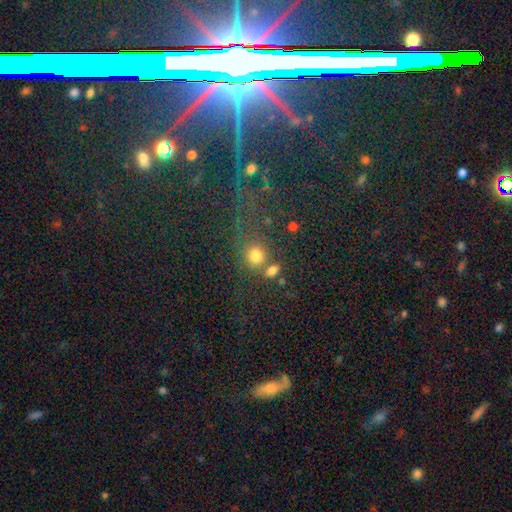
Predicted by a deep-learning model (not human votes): smooth-or-featured: star or artifact: 83% | featured or disk: 10% | smooth: 7%